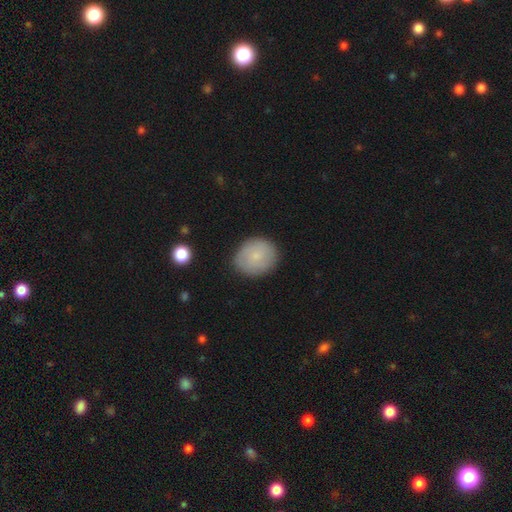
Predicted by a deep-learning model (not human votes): This appears to be a smooth galaxy with no disk features (75%) that is round (62%). Merging: none (82%).